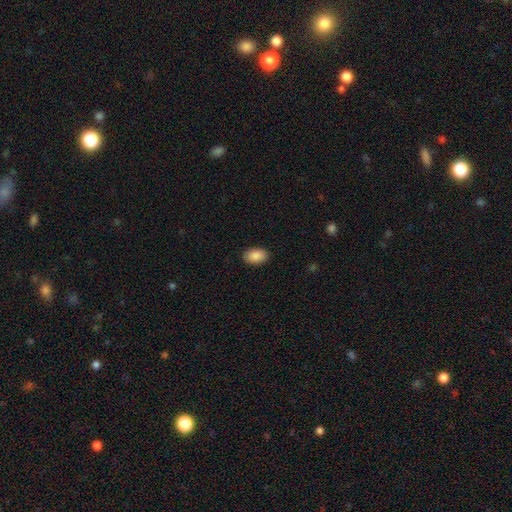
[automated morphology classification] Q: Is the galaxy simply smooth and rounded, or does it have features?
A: smooth — 89%.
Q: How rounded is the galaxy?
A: in between — 91%.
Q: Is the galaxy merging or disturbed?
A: none — 89%.